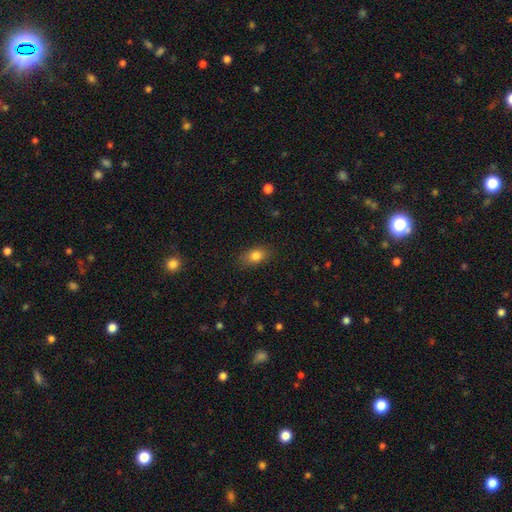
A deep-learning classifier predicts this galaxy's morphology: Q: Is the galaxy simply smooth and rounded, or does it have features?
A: smooth — 82%.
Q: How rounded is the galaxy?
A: in between — 82%.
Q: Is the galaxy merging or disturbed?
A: none — 85%.